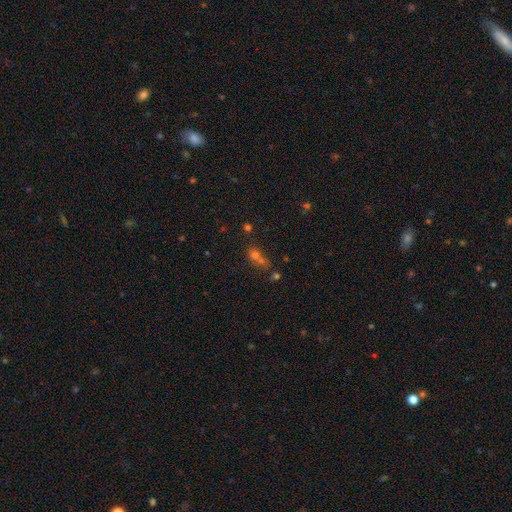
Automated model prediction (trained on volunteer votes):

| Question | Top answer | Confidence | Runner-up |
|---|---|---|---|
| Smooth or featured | smooth | 53% | star or artifact (32%) |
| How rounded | round | 67% | in between (29%) |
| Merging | merger | 45% | none (39%) |